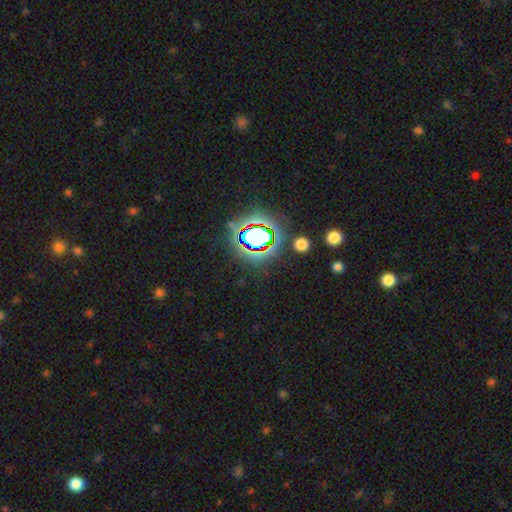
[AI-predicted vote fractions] Smooth or featured? Predicted: star or artifact (p=0.81).